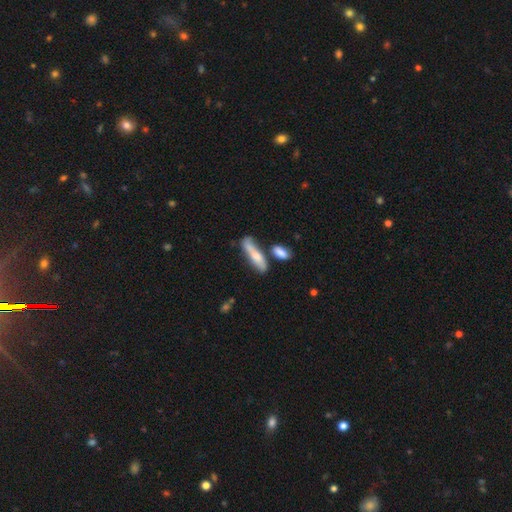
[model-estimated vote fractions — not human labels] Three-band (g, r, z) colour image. It shows a smooth galaxy with no disk features (63%) that is cigar-shaped (66%). Merging: none (54%).